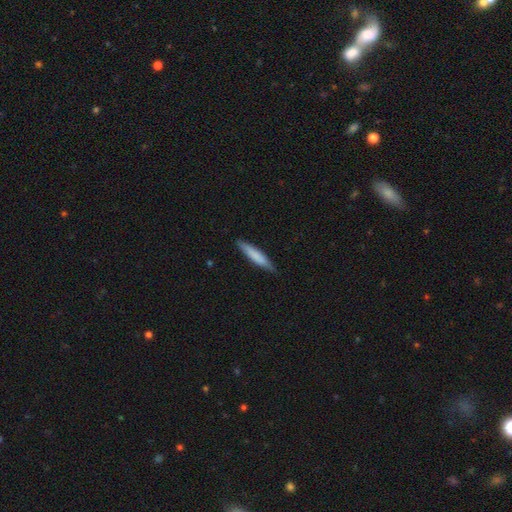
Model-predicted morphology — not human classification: Overall: smooth (73%). How rounded: cigar-shaped (89%). Merging: none (85%).